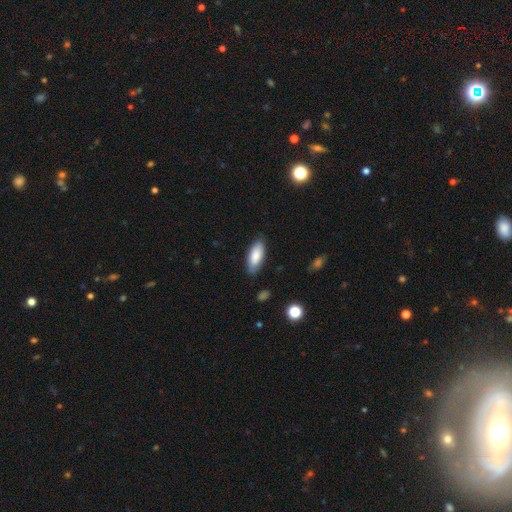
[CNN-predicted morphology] Smooth or featured? smooth (84%)
How rounded? in between (83%)
Merging? none (82%)